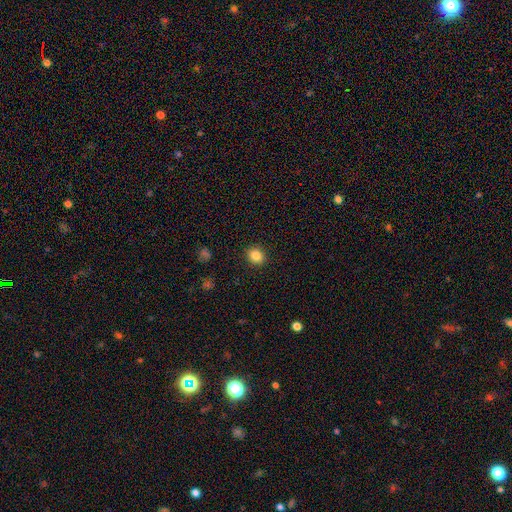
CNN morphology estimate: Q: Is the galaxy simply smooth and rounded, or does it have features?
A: smooth — 85%.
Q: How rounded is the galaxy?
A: round — 64%.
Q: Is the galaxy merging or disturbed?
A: none — 91%.